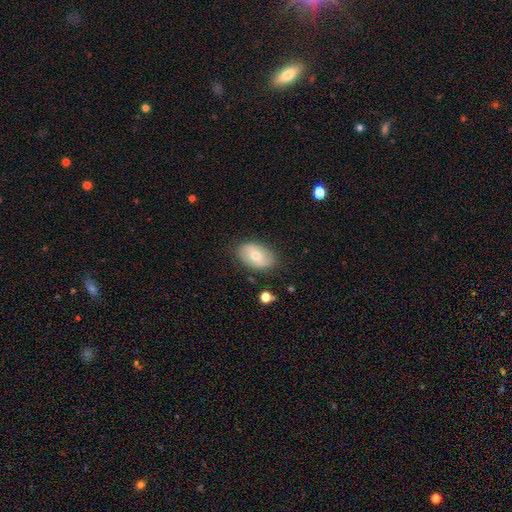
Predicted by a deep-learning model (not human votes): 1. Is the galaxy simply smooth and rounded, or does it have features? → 63% smooth, 30% featured or disk, 7% star or artifact.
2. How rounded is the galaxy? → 89% in between, 10% round, 1% cigar-shaped.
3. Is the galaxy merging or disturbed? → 82% none, 13% minor disturbance, 3% major disturbance, 1% merger.